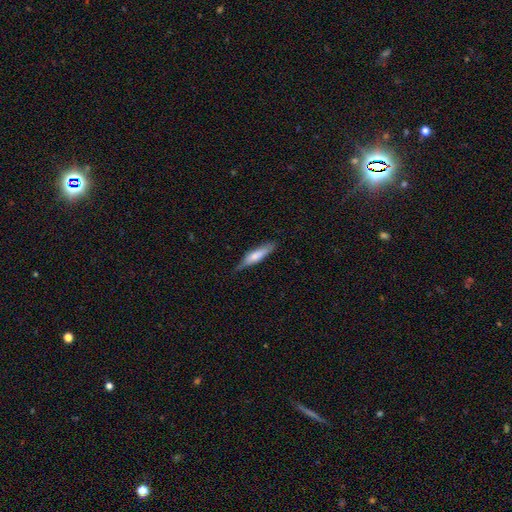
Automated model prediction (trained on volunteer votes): This appears to be a smooth galaxy with no disk features (63%) that is cigar-shaped (74%). Merging: none (73%).